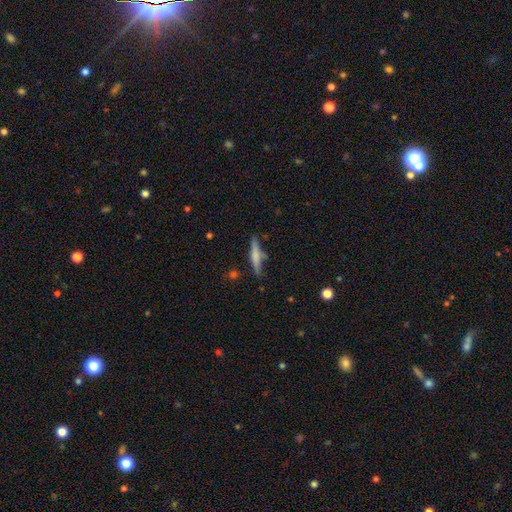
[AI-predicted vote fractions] This is possibly a smooth galaxy (56%). How rounded: clearly cigar-shaped (88%). Merging: likely none (77%).